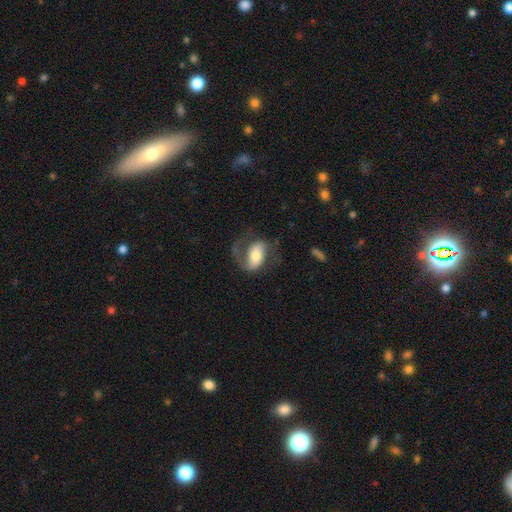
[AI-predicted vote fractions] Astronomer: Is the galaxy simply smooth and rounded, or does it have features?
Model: featured or disk — 72%.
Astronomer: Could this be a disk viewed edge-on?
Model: no — 96%.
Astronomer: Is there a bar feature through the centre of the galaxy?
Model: weak — 35% (runner-up: strong, 33%).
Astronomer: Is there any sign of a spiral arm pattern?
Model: yes — 91%.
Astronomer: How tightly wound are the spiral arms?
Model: medium — 44% (runner-up: loose, 42%).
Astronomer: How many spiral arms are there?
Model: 2 — 69%.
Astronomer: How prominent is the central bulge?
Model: moderate — 54%.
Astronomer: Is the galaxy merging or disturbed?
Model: none — 52%.